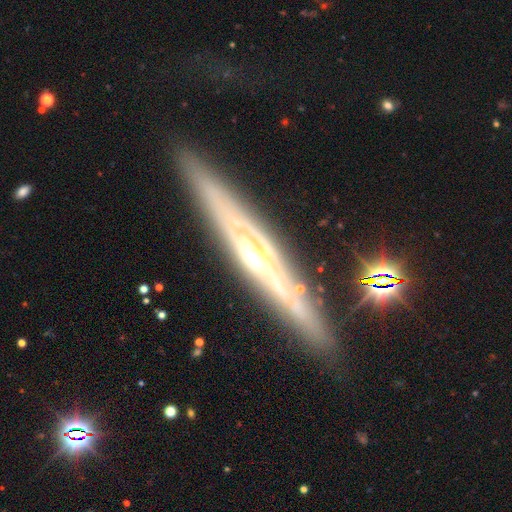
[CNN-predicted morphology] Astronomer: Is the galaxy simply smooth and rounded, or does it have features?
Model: featured or disk — 81%.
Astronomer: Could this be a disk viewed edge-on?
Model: yes — 89%.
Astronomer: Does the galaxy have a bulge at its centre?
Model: rounded — 63%.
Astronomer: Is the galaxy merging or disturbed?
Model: none — 84%.